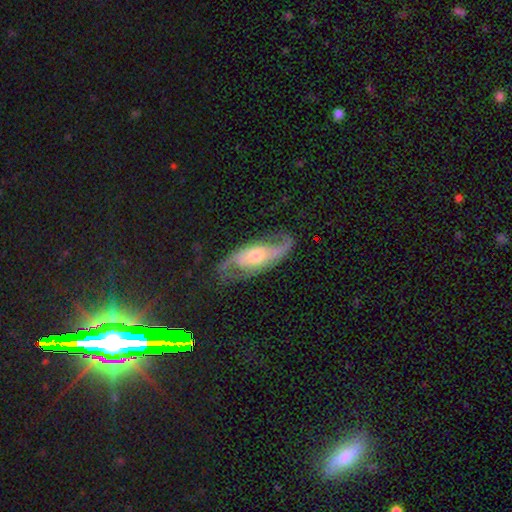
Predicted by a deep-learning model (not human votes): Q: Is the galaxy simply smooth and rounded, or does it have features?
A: featured or disk — 82%.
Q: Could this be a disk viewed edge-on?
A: no — 91%.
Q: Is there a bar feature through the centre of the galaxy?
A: no — 55%.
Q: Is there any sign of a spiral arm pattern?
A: yes — 93%.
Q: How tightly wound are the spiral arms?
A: loose — 44%.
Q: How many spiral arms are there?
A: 2 — 88%.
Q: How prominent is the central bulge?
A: moderate — 51%.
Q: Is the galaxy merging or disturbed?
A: none — 71%.